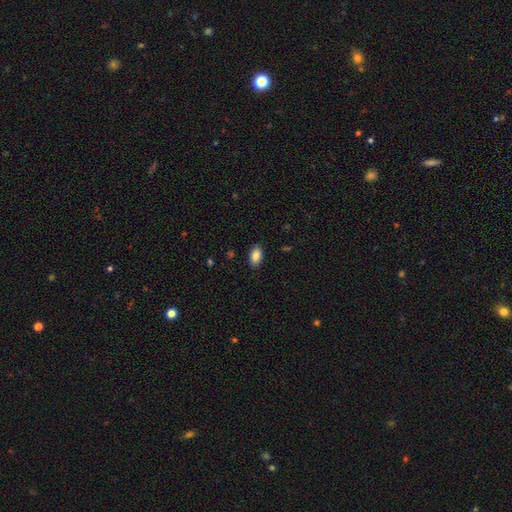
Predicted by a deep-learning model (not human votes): A smooth galaxy with no disk features (86%) that is in between round and cigar-shaped (93%).

Vote fractions:
- Smooth or featured? smooth: 86% / star or artifact: 8% / featured or disk: 6%
- How rounded? in between: 93% / round: 5% / cigar-shaped: 2%
- Merging? none: 89% / minor disturbance: 8% / major disturbance: 2% / merger: 1%